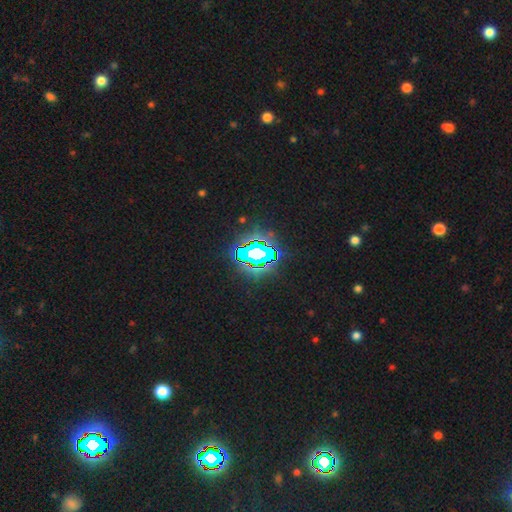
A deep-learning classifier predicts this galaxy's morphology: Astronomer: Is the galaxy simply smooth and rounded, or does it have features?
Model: star or artifact — 73%.